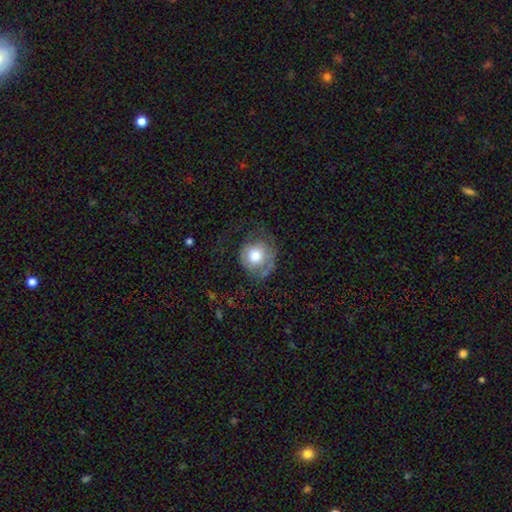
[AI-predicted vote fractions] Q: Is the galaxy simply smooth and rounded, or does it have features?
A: smooth — 59%.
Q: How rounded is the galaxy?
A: round — 84%.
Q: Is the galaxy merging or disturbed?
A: none — 46%.